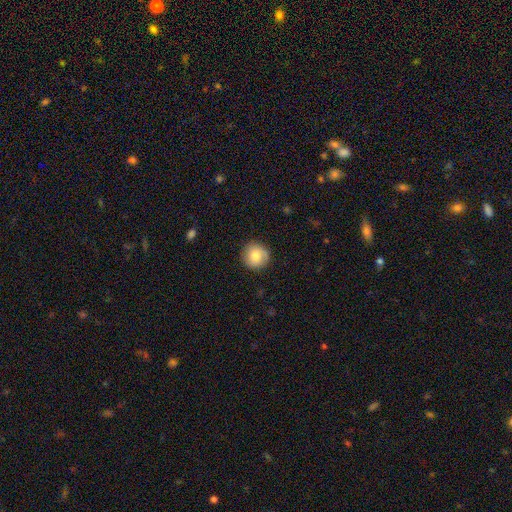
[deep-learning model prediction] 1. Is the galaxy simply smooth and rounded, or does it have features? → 79% smooth, 13% featured or disk, 8% star or artifact.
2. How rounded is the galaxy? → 94% round, 5% in between, 1% cigar-shaped.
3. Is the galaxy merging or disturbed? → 88% none, 9% minor disturbance, 2% major disturbance, 1% merger.